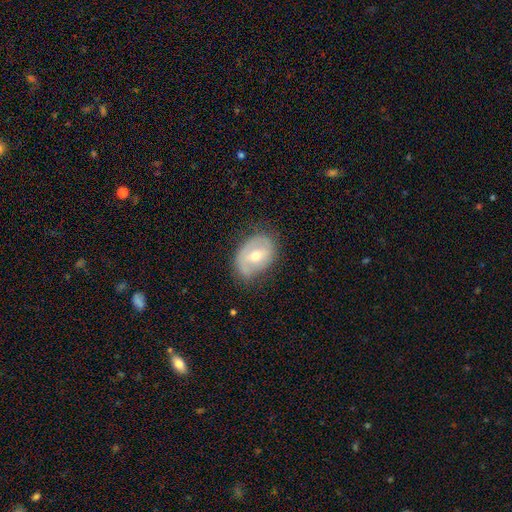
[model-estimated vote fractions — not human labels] Smooth or featured? featured or disk (52%)
Edge-on disk? no (93%)
Merging? none (60%)